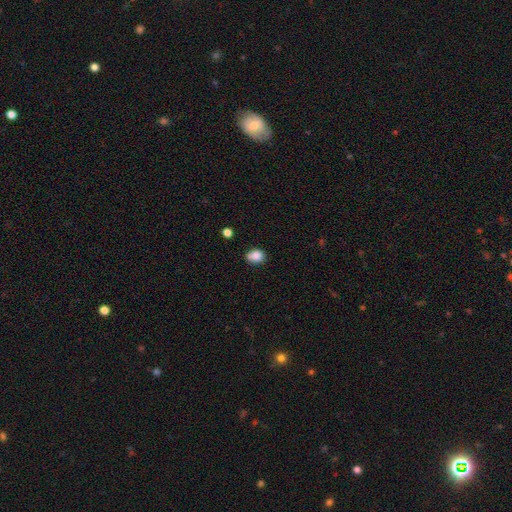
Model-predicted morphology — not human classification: Smooth or featured? smooth (84%)
How rounded? in between (54%)
Merging? none (58%)